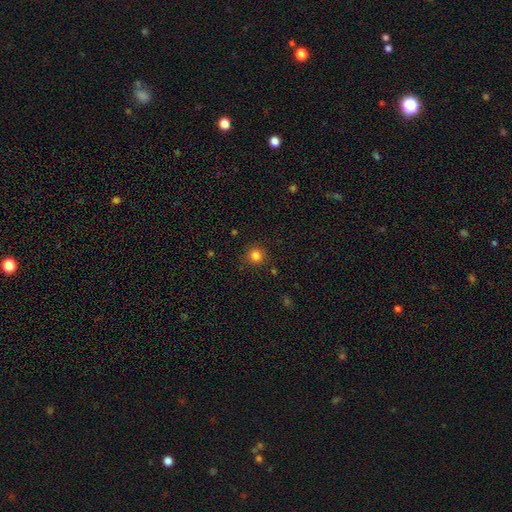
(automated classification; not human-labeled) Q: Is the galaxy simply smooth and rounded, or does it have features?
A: smooth — 82%.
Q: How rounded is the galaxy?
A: round — 93%.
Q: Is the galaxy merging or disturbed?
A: none — 88%.